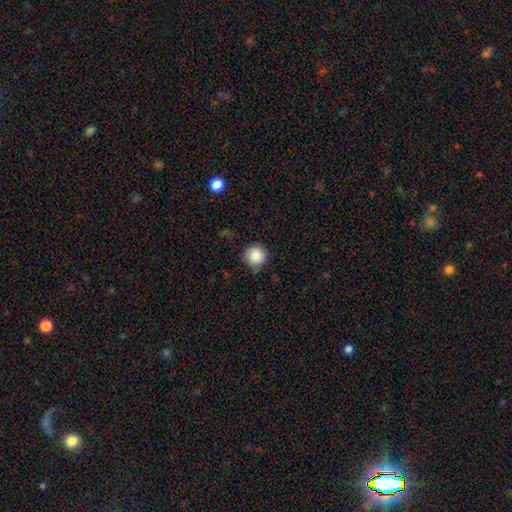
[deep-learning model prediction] Morphology: type=smooth (87%); roundness=round (95%); merging=none (82%).